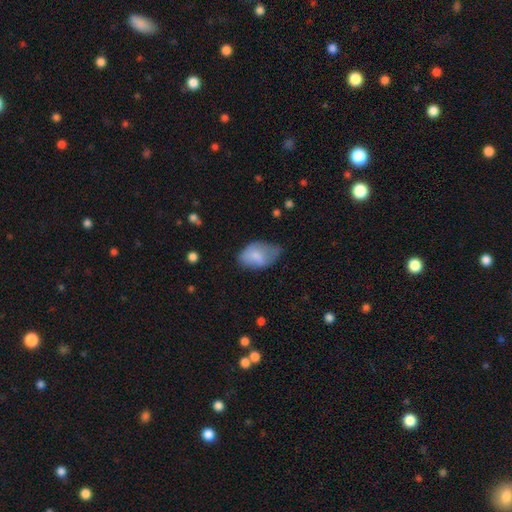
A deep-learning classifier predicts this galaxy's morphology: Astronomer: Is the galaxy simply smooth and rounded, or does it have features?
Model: smooth — 75%.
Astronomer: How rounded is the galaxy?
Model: in between — 90%.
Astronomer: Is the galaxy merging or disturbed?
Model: minor disturbance — 45% (runner-up: none, 33%).